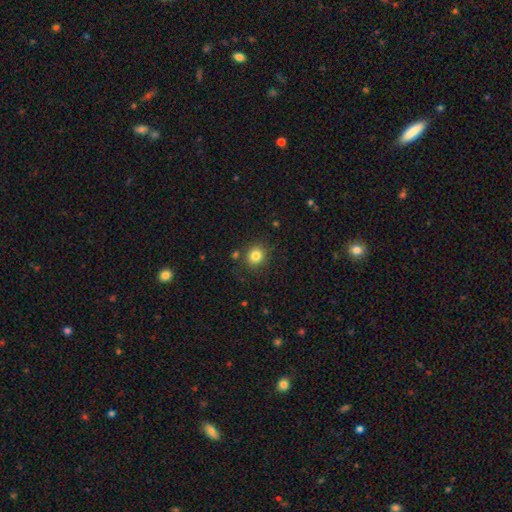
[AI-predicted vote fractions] smooth 83%, star or artifact 12%, featured or disk 6%. Down the decision tree: how rounded — round (84%); merging — none (83%).